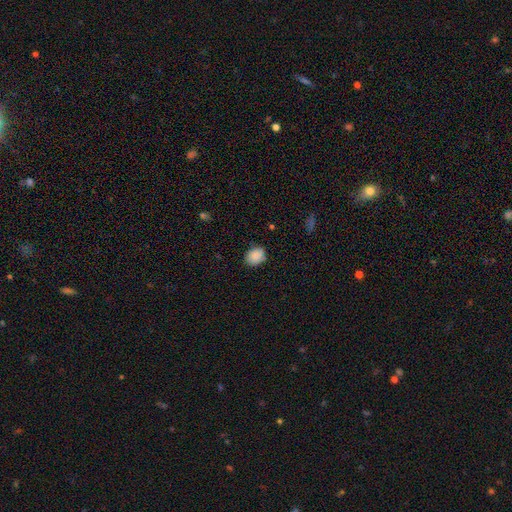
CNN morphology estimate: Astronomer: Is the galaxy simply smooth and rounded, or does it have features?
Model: smooth — 87%.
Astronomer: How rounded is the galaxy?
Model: in between — 61% (runner-up: round, 38%).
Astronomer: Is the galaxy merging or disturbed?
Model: none — 78%.